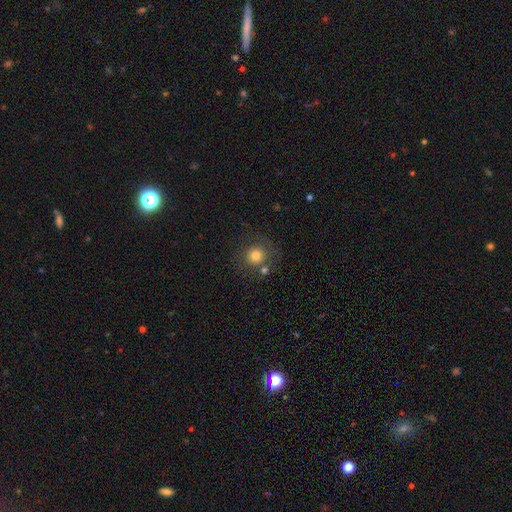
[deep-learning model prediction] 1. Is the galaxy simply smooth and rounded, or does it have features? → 76% smooth, 13% featured or disk, 12% star or artifact.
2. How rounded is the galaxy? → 92% round, 7% in between, 1% cigar-shaped.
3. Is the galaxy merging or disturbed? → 70% none, 13% merger, 12% minor disturbance, 6% major disturbance.